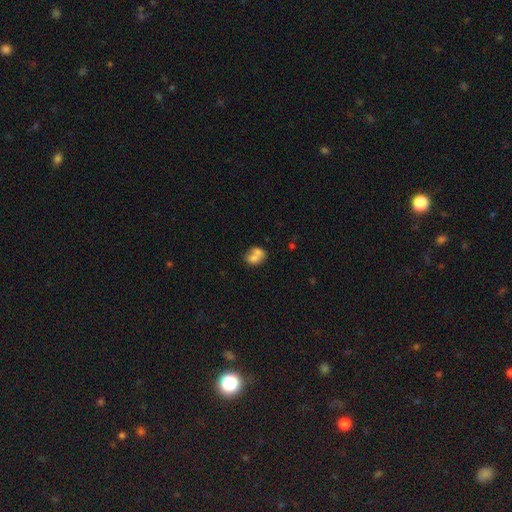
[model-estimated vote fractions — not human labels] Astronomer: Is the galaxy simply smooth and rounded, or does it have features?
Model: smooth — 70%.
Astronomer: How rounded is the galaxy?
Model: in between — 58% (runner-up: round, 41%).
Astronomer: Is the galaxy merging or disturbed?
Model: merger — 63%.